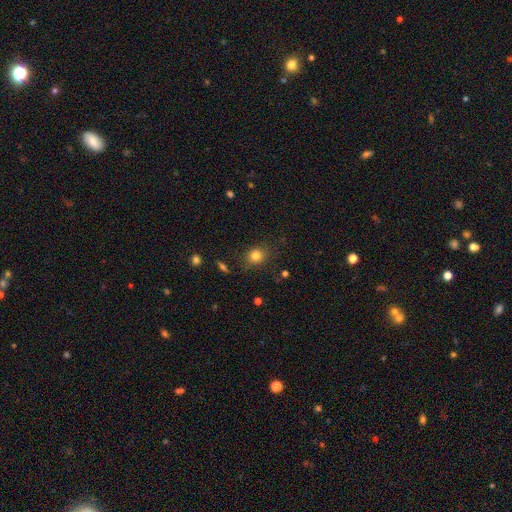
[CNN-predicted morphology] Smooth or featured: smooth — 80% (star or artifact — 13%)
How rounded: round — 73% (in between — 26%)
Merging: none — 82% (minor disturbance — 13%)